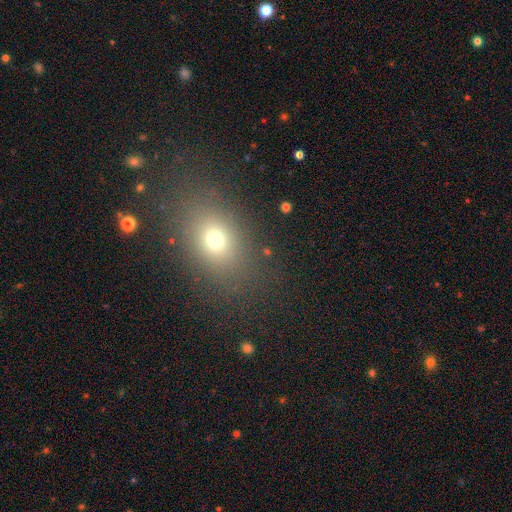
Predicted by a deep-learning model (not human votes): Overall: smooth (65%). How rounded: in between (65%; round 33%). Merging: none (85%).